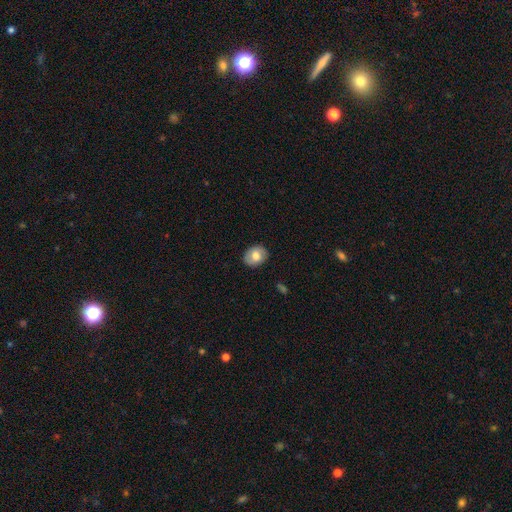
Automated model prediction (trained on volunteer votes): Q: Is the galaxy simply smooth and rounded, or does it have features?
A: smooth — 72%.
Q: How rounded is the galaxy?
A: in between — 53%.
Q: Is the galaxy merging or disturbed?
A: none — 86%.